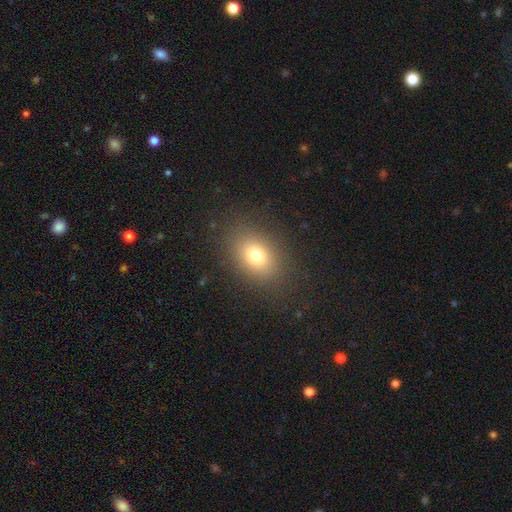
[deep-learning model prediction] Smooth or featured? Predicted: smooth (p=0.74). How rounded? Predicted: in between (p=0.70). Merging? Predicted: none (p=0.84).